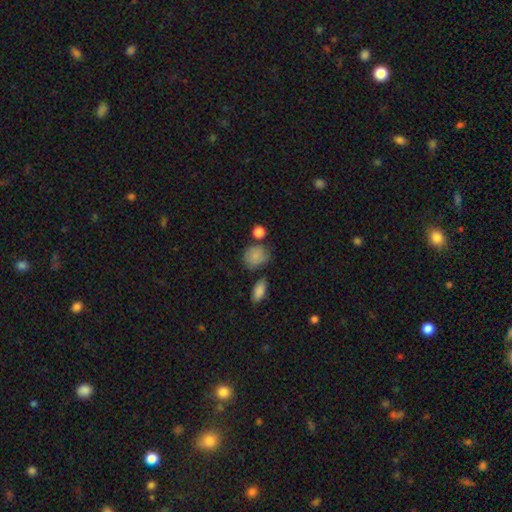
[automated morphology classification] Smooth or featured? Predicted: smooth (p=0.83). How rounded? Predicted: round (p=0.70). Merging? Predicted: none (p=0.61).